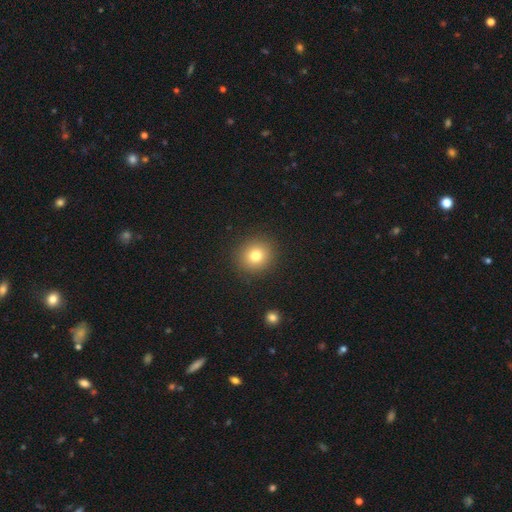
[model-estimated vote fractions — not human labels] A smooth galaxy with no disk features (79%) that is round (87%). Merging: none (90%).